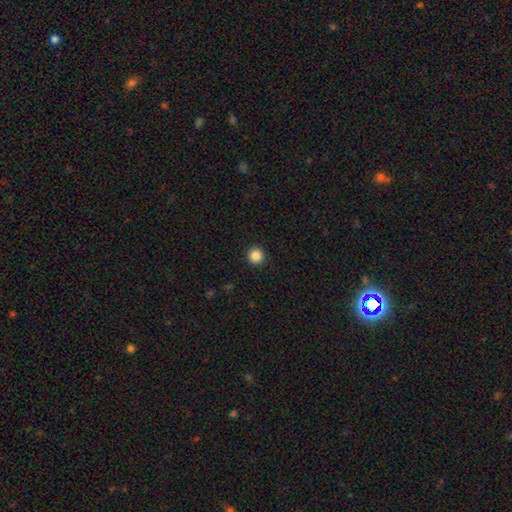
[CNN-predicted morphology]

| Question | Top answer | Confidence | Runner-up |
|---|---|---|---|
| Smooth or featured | smooth | 86% | star or artifact (10%) |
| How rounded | round | 95% | in between (4%) |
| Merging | none | 93% | minor disturbance (4%) |